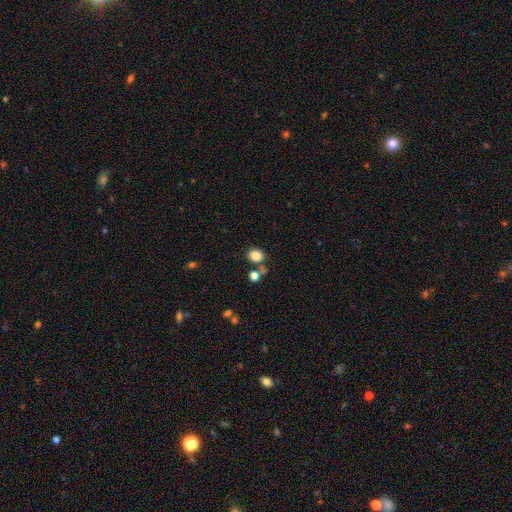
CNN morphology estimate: type=smooth (83%); roundness=round (68%); merging=none (70%).